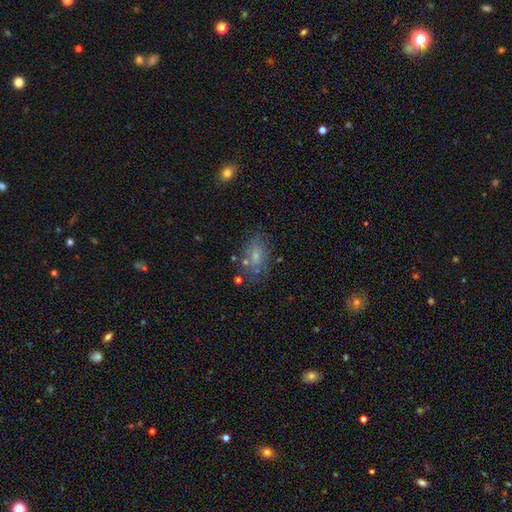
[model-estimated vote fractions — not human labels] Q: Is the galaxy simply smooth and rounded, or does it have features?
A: smooth — 62%.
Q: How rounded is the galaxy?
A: in between — 87%.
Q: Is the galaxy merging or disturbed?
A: none — 63%.